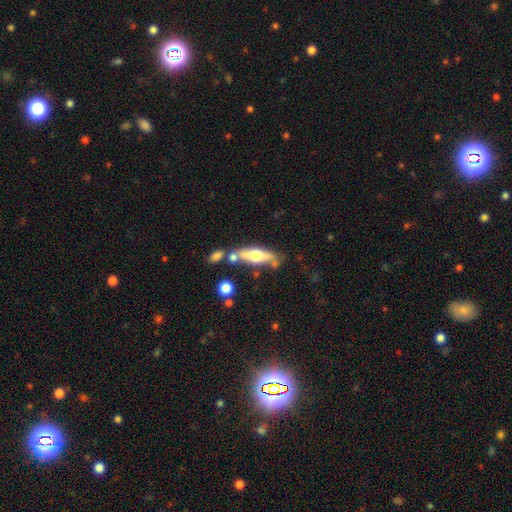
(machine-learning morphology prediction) Overall: featured or disk (47%; smooth 46%). Merging: none (60%).